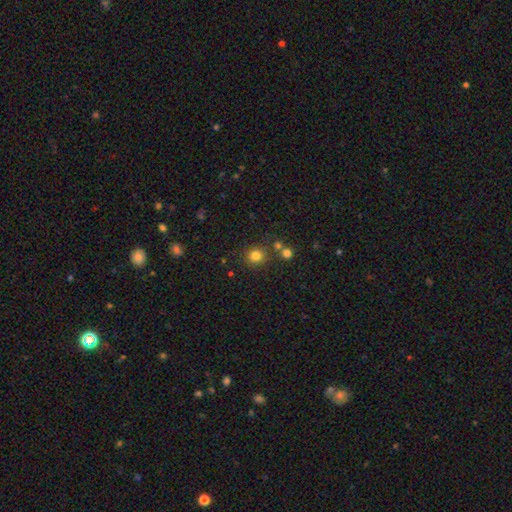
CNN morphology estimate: A smooth galaxy with no disk features (81%) that is round (88%). Merging: none (80%).